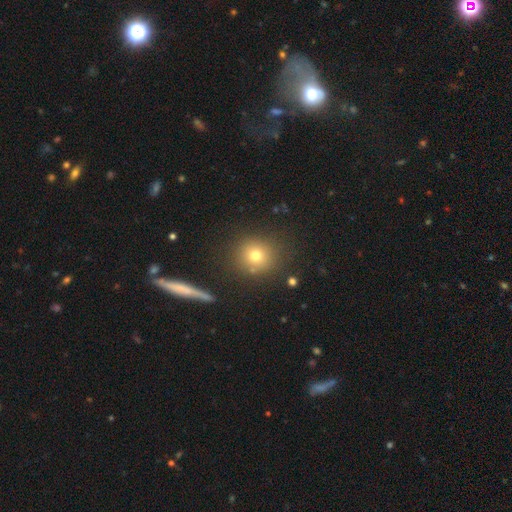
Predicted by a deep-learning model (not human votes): A smooth galaxy with no disk features (73%) that is round (88%). Merging: none (82%).